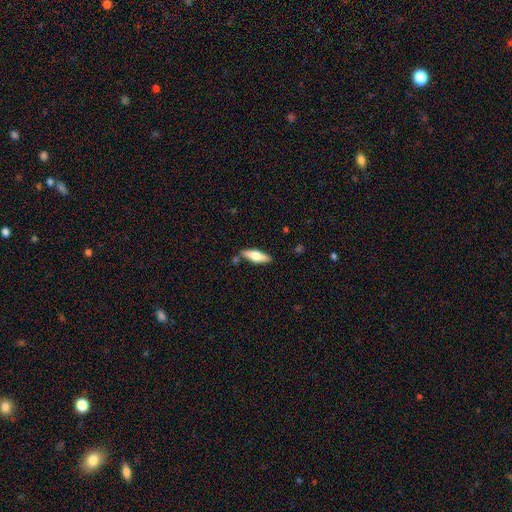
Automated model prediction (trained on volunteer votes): smooth_or_featured: smooth (p=0.55) [alt: featured or disk p=0.40]
how_rounded: cigar-shaped (p=0.50) [alt: in between p=0.48]
merging: none (p=0.81) [alt: minor disturbance p=0.12]